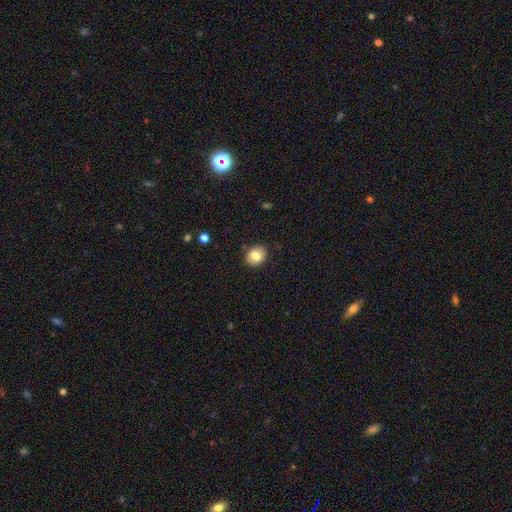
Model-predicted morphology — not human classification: A smooth galaxy with no disk features (80%) that is round (69%).

Vote fractions:
- Smooth or featured? smooth: 80% / featured or disk: 10% / star or artifact: 9%
- How rounded? round: 69% / in between: 30% / cigar-shaped: 1%
- Merging? none: 87% / minor disturbance: 9% / major disturbance: 2% / merger: 1%